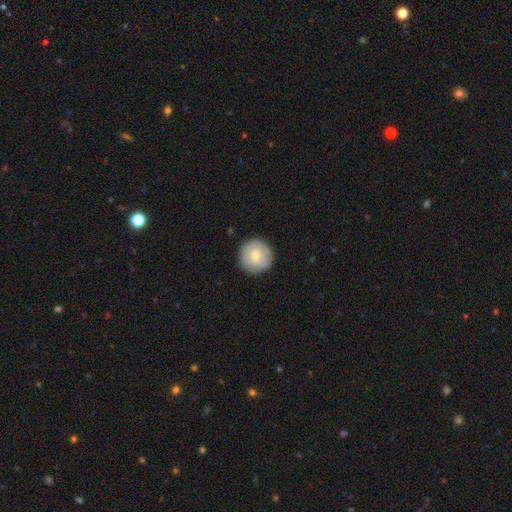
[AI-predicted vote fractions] smooth_or_featured: smooth (p=0.70) [alt: featured or disk p=0.23]
how_rounded: round (p=0.96) [alt: in between p=0.03]
merging: none (p=0.87) [alt: minor disturbance p=0.09]